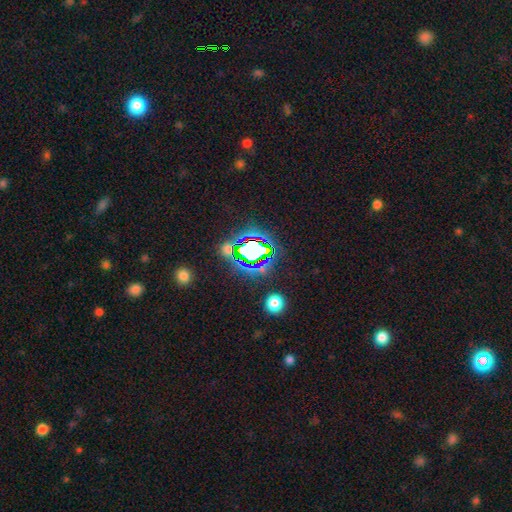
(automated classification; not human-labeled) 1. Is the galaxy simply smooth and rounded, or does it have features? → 80% star or artifact, 13% smooth, 8% featured or disk.